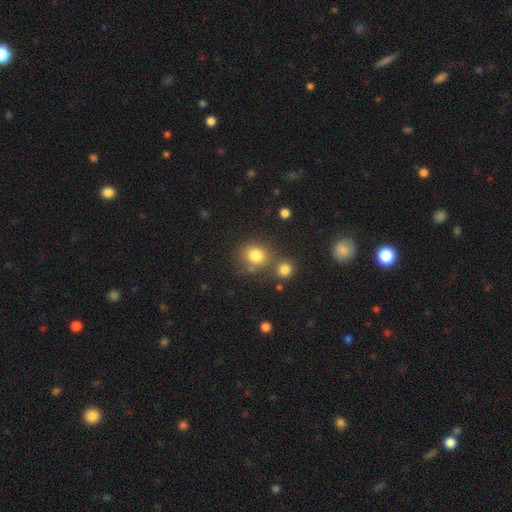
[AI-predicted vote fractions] Smooth or featured?
  - smooth: 80% *
  - star or artifact: 13%
  - featured or disk: 7%
How rounded?
  - round: 77% *
  - in between: 22%
  - cigar-shaped: 1%
Merging?
  - none: 62% *
  - merger: 21%
  - minor disturbance: 12%
  - major disturbance: 5%